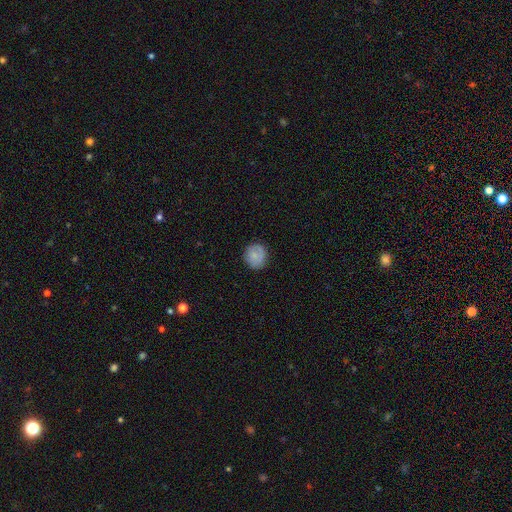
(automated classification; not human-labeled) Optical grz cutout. It shows a smooth galaxy with no disk features (78%) that is round (89%). Merging: none (82%).